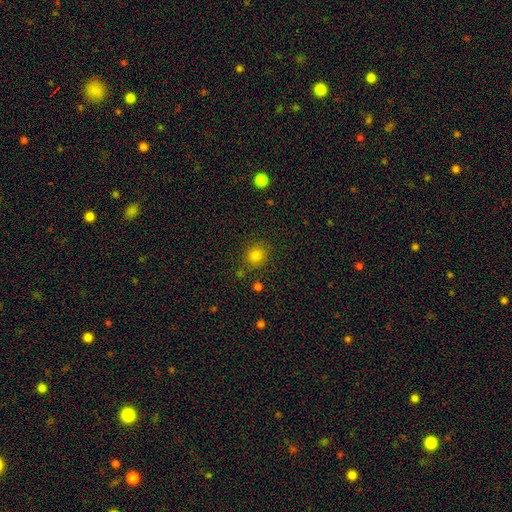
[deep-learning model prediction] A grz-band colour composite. It shows a smooth galaxy with no disk features (82%) that is round (83%). Merging: none (81%).